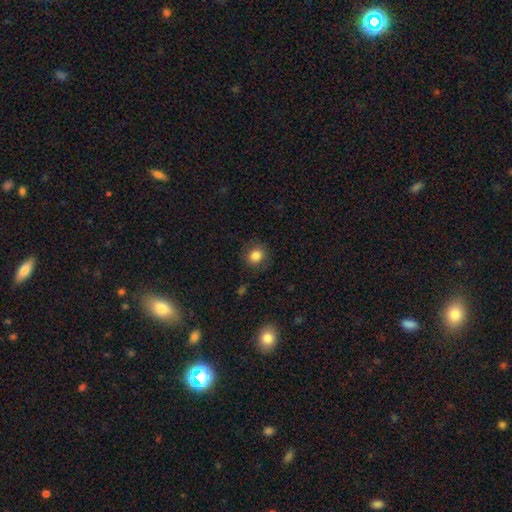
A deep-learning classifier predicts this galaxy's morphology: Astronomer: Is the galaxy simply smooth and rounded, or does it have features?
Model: smooth — 84%.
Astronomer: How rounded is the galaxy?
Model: round — 77%.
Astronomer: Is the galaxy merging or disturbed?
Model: none — 86%.